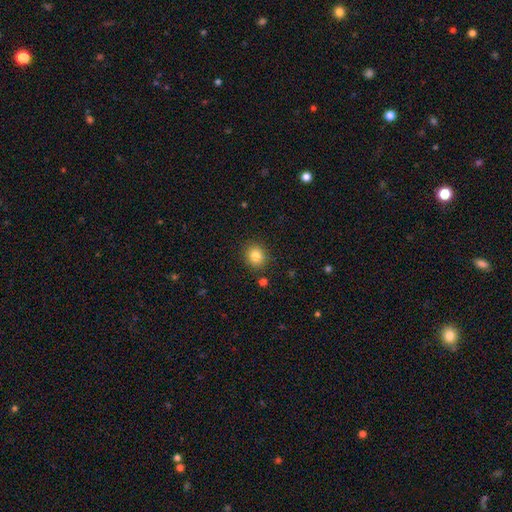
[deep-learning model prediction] A smooth galaxy with no disk features (82%) that is round (81%). Merging: none (87%).